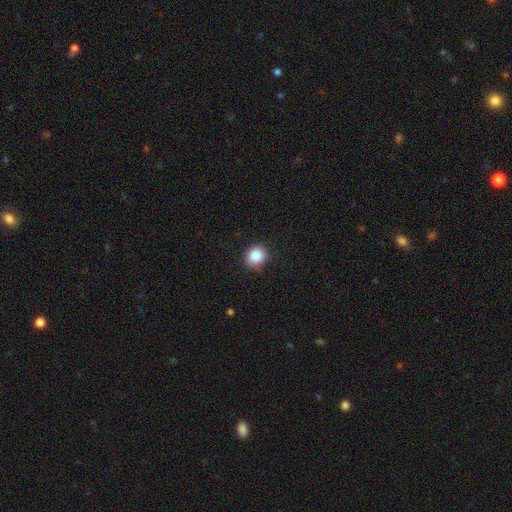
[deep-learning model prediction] Smooth or featured? smooth (84%)
How rounded? round (76%)
Merging? none (85%)